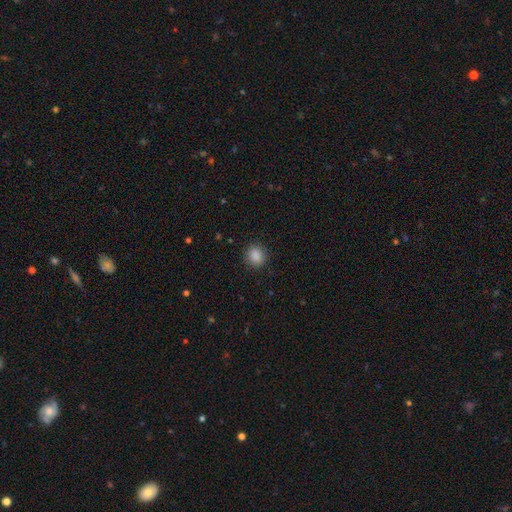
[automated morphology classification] smooth-or-featured: smooth: 88% | star or artifact: 9% | featured or disk: 3%
  how-rounded: round: 71% | in between: 28% | cigar-shaped: 1%
  merging: none: 89% | minor disturbance: 8% | major disturbance: 3% | merger: 1%